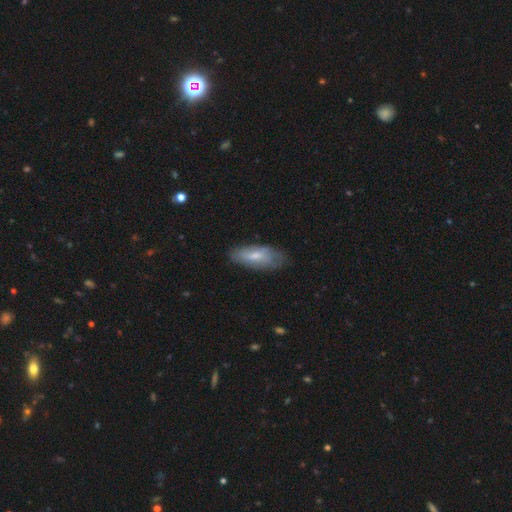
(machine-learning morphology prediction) Overall: smooth (60%; featured or disk 34%). How rounded: in between (79%). Merging: none (70%).